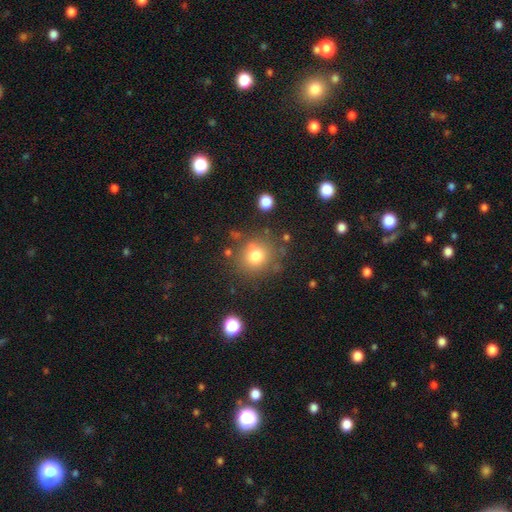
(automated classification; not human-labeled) This is likely a smooth galaxy (77%). How rounded: clearly round (86%). Merging: likely none (78%).